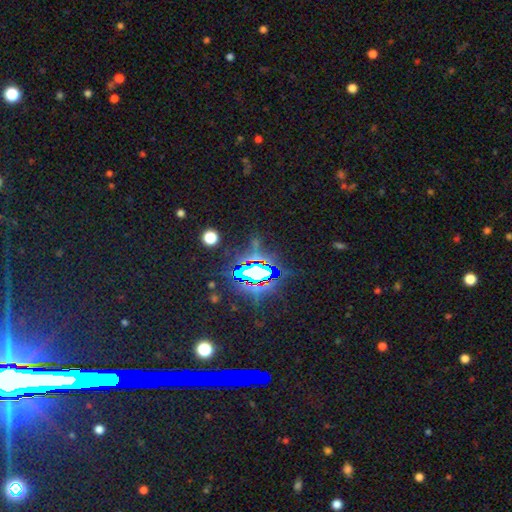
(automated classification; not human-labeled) star or artifact 79%, featured or disk 11%, smooth 10%.